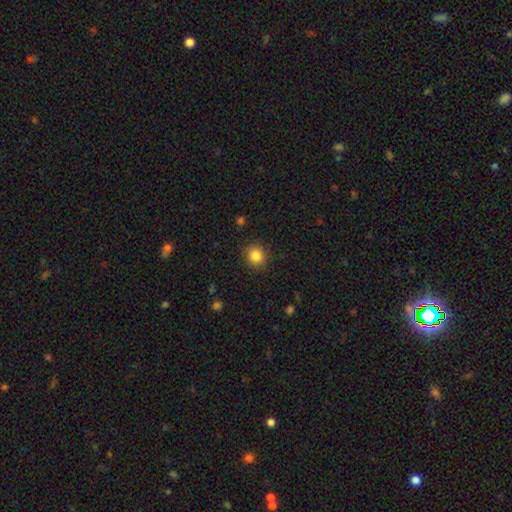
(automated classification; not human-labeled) A smooth galaxy with no disk features (85%) that is round (83%). Merging: none (90%).